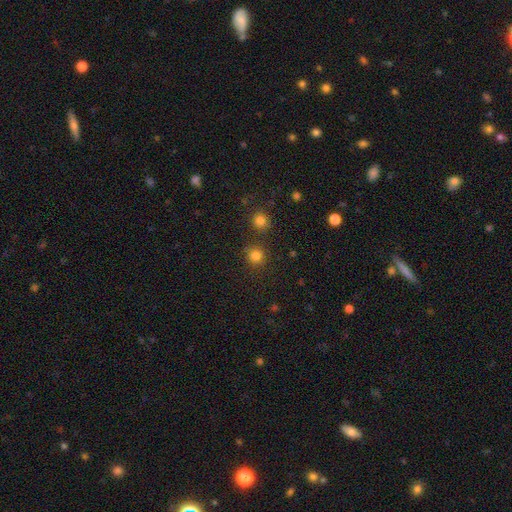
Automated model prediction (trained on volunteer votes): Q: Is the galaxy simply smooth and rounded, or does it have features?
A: smooth — 81%.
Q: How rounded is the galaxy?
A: round — 92%.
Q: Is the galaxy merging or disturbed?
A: none — 80%.